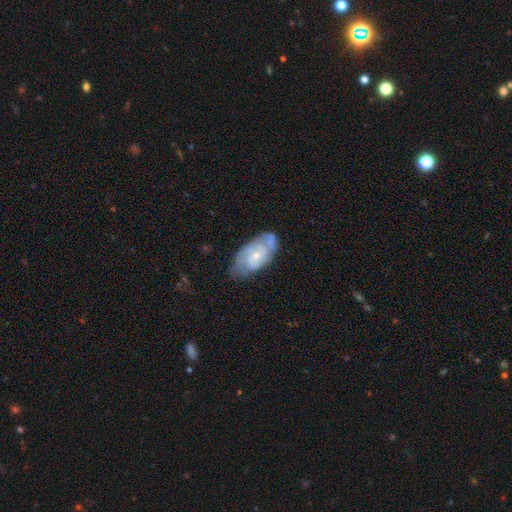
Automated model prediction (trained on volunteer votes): This appears to be a featured or disk galaxy (75%) with no bar (62%), 2 (46%) tight (52%) spiral arms (91%) and a small central bulge (55%). Merging: none (55%).